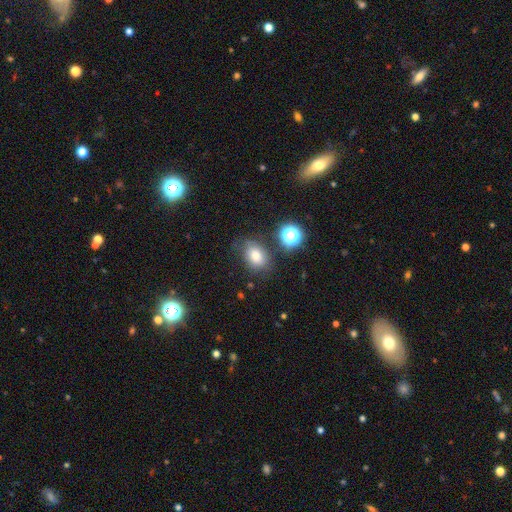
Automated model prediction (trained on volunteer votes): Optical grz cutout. It shows a smooth galaxy with no disk features (75%) that is in between round and cigar-shaped (69%). Merging: none (70%).